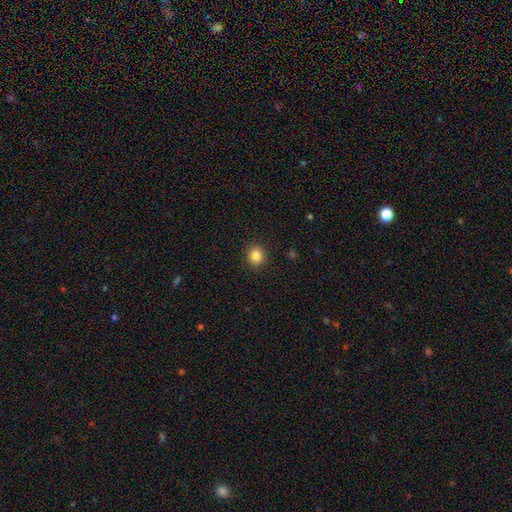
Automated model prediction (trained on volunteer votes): smooth-or-featured: smooth: 85% | star or artifact: 11% | featured or disk: 4%
  how-rounded: round: 82% | in between: 17% | cigar-shaped: 1%
  merging: none: 92% | minor disturbance: 6% | major disturbance: 2% | merger: 1%